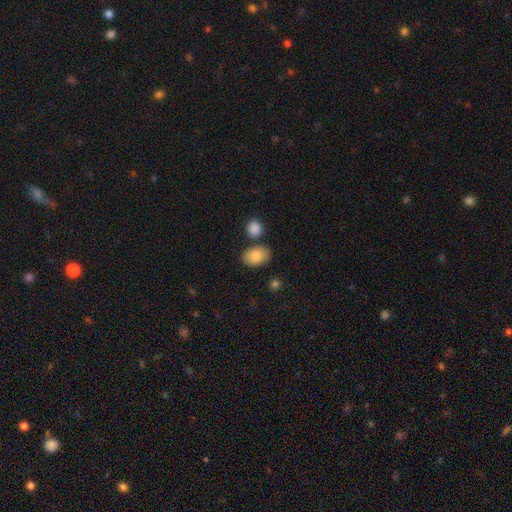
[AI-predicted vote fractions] This is clearly a smooth galaxy (85%). How rounded: clearly in between (86%). Merging: likely none (78%).